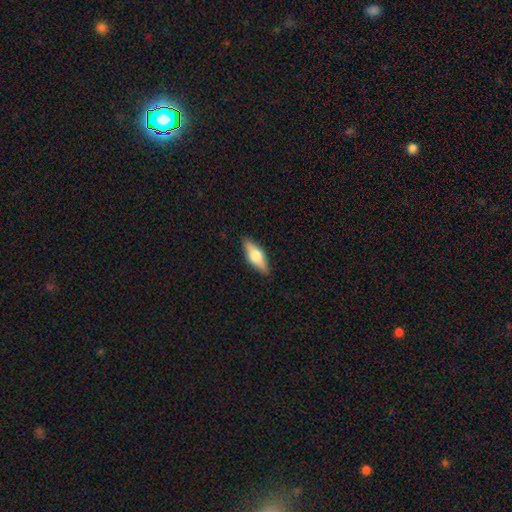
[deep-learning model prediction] Morphology: type=smooth (53%); roundness=in between (63%); merging=none (88%).